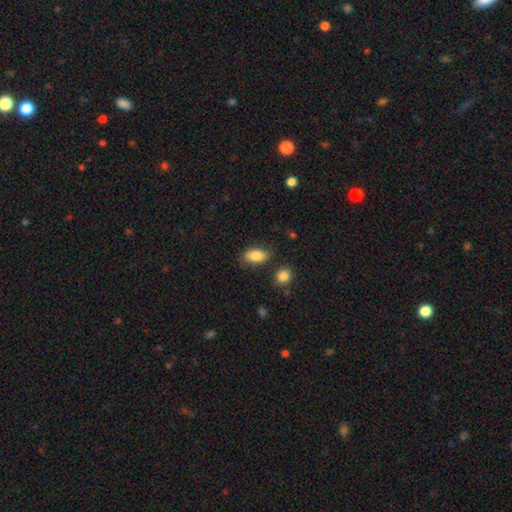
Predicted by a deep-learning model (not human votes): The model was most divided on "merging": none: 80%, minor disturbance: 14%, merger: 3%, major disturbance: 3%. More confident: how rounded — in between (90%); smooth or featured — smooth (86%).